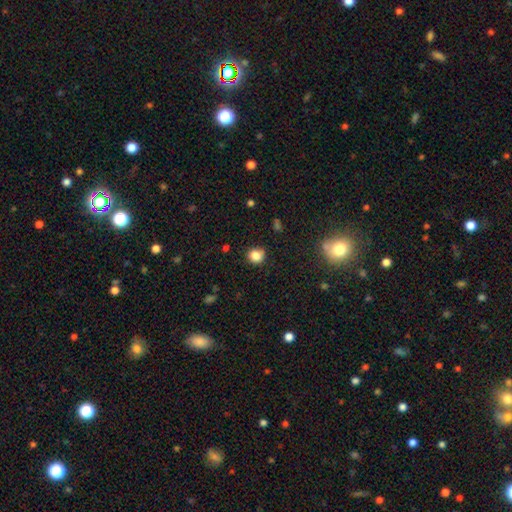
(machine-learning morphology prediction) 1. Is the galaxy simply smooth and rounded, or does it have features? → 83% smooth, 12% star or artifact, 5% featured or disk.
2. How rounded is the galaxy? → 85% round, 14% in between, 1% cigar-shaped.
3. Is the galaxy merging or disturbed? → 84% none, 11% minor disturbance, 3% major disturbance, 2% merger.